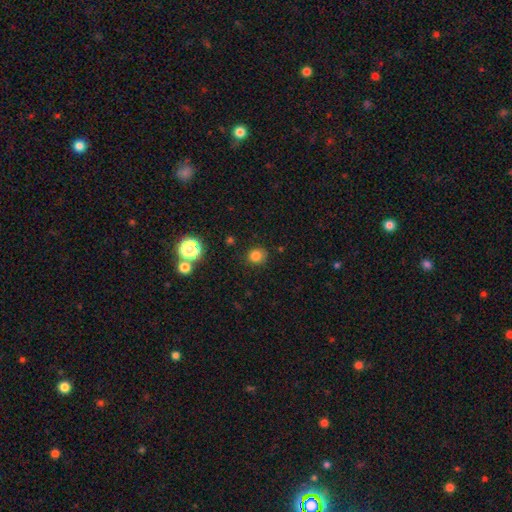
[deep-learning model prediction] smooth_or_featured: smooth (p=0.79) [alt: star or artifact p=0.15]
how_rounded: round (p=0.83) [alt: in between p=0.16]
merging: none (p=0.81) [alt: minor disturbance p=0.13]